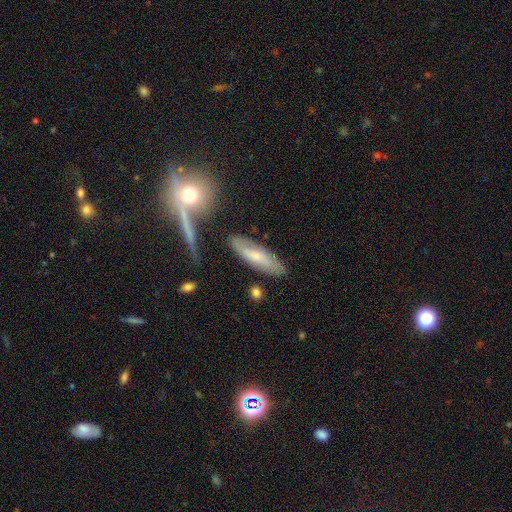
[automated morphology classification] This is possibly a smooth galaxy (52%). How rounded: possibly cigar-shaped (54%). Merging: likely none (76%).